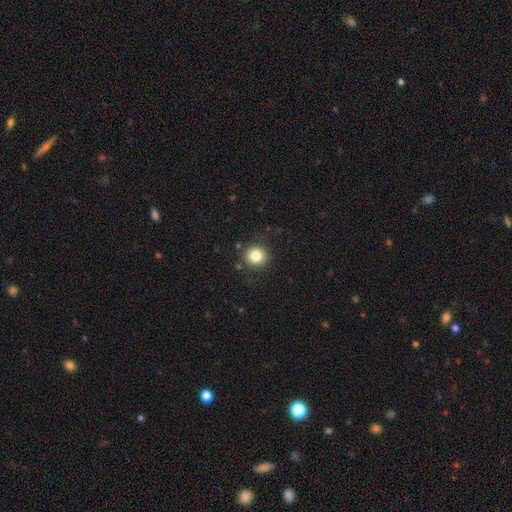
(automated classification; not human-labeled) A smooth galaxy with no disk features (83%) that is round (91%). Merging: none (88%).